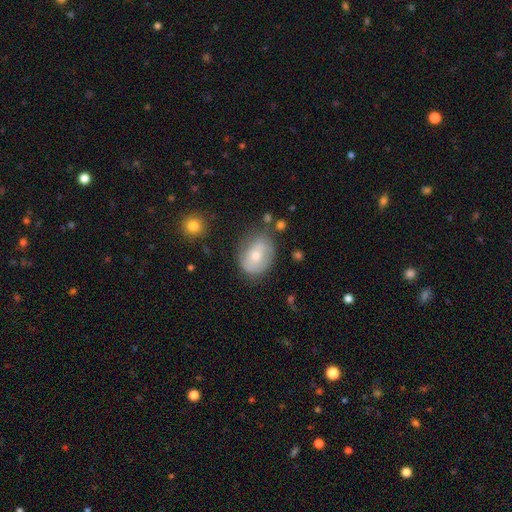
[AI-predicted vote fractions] smooth 59%, featured or disk 33%, star or artifact 8%. Down the decision tree: how rounded — in between (58%); merging — none (61%).